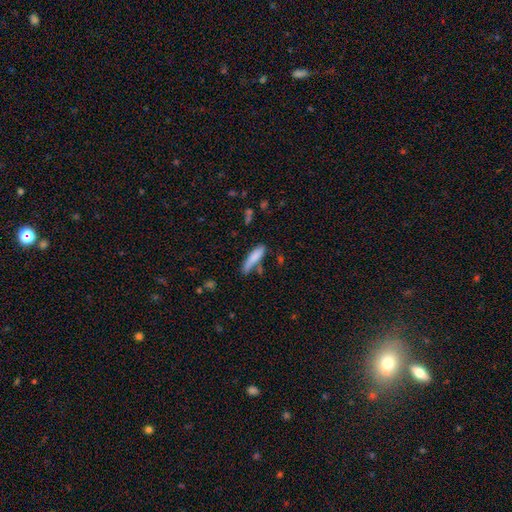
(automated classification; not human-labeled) This appears to be a smooth galaxy with no disk features (79%) that is cigar-shaped (74%). Merging: none (59%).